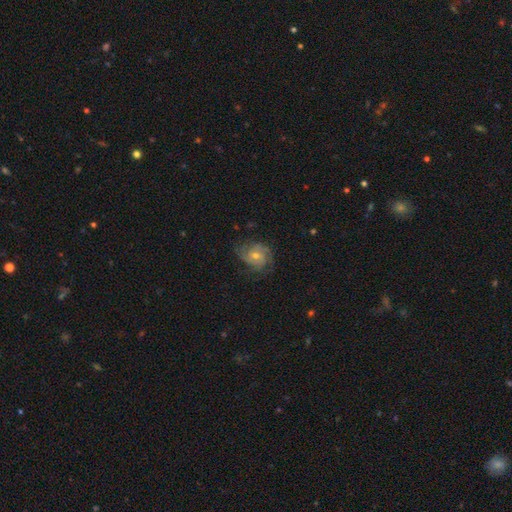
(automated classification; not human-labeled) Smooth or featured? Predicted: featured or disk (p=0.79). Edge-on disk? Predicted: no (p=0.98). Bar? Predicted: no (p=0.70). Spiral arms? Predicted: yes (p=0.94). Spiral winding? Predicted: tight (p=0.53). Spiral arm count? Predicted: 3 (p=0.32). Bulge size? Predicted: moderate (p=0.49). Merging? Predicted: none (p=0.71).